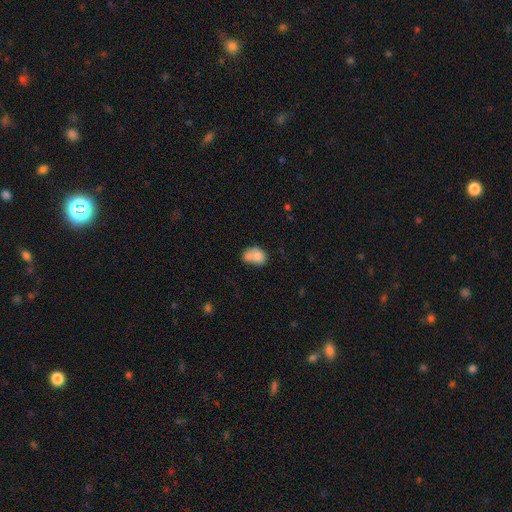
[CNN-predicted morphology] A smooth galaxy with no disk features (72%) that is in between round and cigar-shaped (59%).

Vote fractions:
- Smooth or featured? smooth: 72% / featured or disk: 19% / star or artifact: 9%
- How rounded? in between: 59% / round: 40% / cigar-shaped: 1%
- Merging? merger: 59% / none: 22% / minor disturbance: 12% / major disturbance: 7%